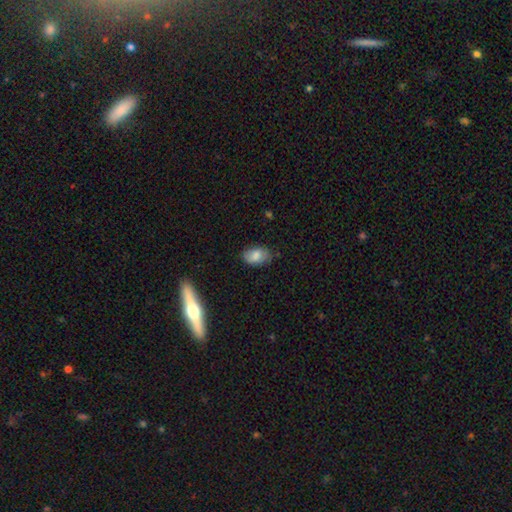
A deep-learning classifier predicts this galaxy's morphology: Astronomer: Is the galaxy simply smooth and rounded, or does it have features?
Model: smooth — 81%.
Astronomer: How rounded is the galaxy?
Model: in between — 90%.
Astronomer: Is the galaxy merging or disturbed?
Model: none — 76%.